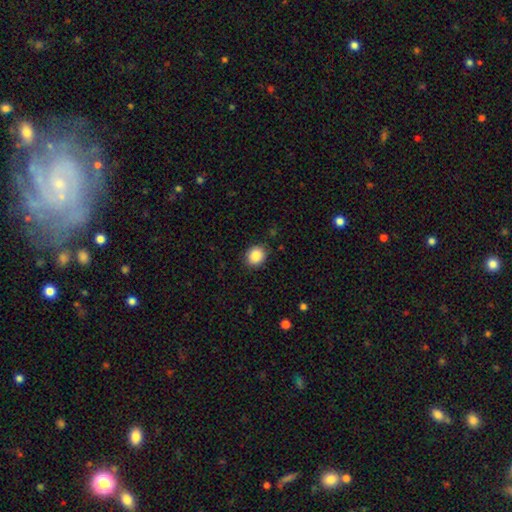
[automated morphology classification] smooth-or-featured: smooth: 86% | star or artifact: 9% | featured or disk: 5%
  how-rounded: round: 73% | in between: 26% | cigar-shaped: 1%
  merging: none: 88% | minor disturbance: 9% | major disturbance: 2% | merger: 1%